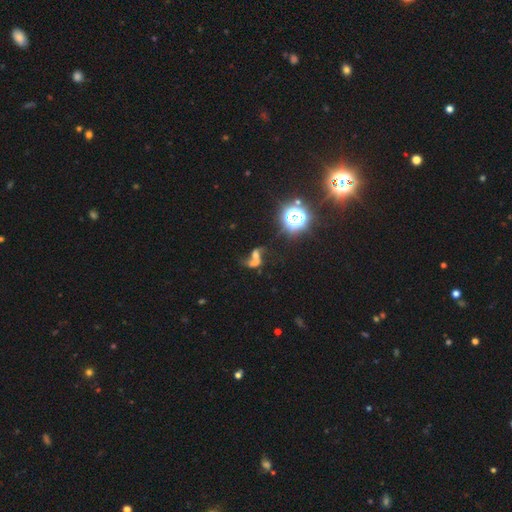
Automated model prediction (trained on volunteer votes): Smooth or featured: featured or disk — 36% (smooth — 35%)
Merging: merger — 63% (none — 18%)